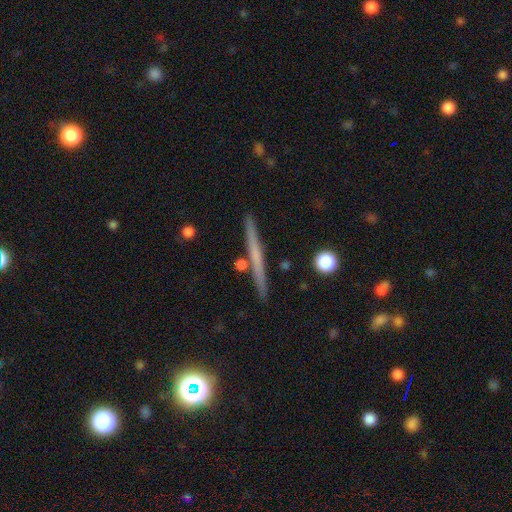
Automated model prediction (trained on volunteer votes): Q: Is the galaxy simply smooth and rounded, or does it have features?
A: featured or disk — 53%.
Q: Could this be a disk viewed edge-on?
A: yes — 97%.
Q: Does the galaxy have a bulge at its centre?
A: none — 79%.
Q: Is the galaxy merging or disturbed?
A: none — 89%.